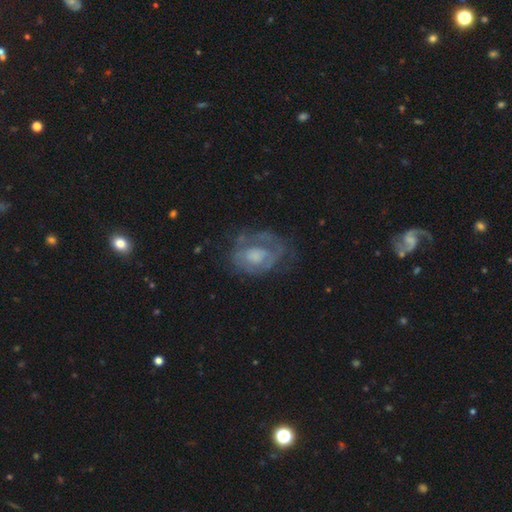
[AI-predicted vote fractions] Q: Smooth or featured?
A: featured or disk (63%); runner-up: smooth (28%)
Q: Edge-on disk?
A: no (96%); runner-up: yes (4%)
Q: Bar?
A: no (80%); runner-up: weak (17%)
Q: Spiral arms?
A: no (50%); tied with: yes (50%)
Q: Bulge size?
A: moderate (38%); runner-up: large (24%)
Q: Merging?
A: none (52%); runner-up: minor disturbance (23%)